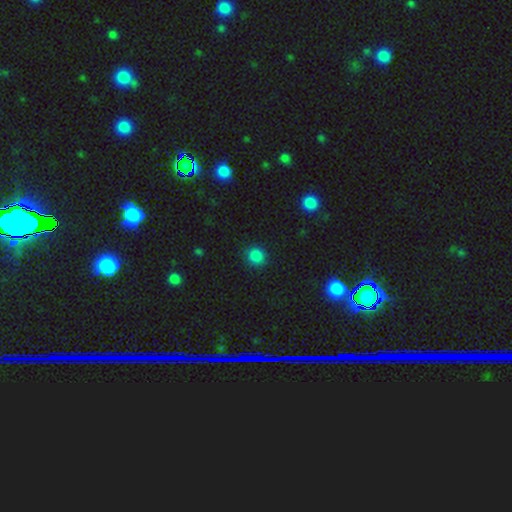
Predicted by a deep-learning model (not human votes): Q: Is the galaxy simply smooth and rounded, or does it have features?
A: smooth — 84%.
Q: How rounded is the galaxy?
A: round — 88%.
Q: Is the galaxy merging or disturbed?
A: none — 89%.